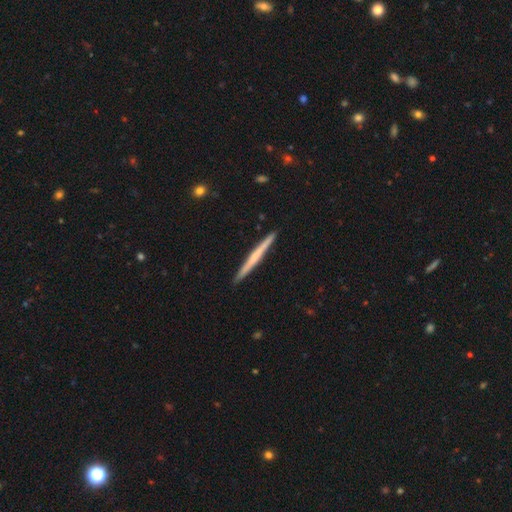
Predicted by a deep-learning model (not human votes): The model was most divided on "smooth or featured": featured or disk: 54%, smooth: 41%, star or artifact: 5%. More confident: edge-on disk — yes (98%); merging — none (92%); edge-on bulge — none (68%).